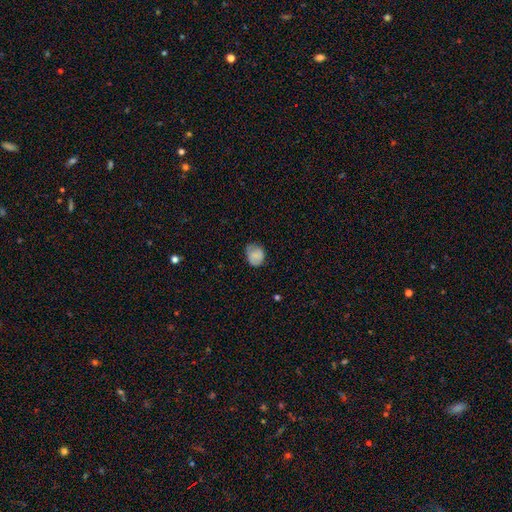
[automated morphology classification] Q: Smooth or featured?
A: smooth (82%); runner-up: featured or disk (10%)
Q: How rounded?
A: round (59%); runner-up: in between (40%)
Q: Merging?
A: none (62%); runner-up: minor disturbance (30%)